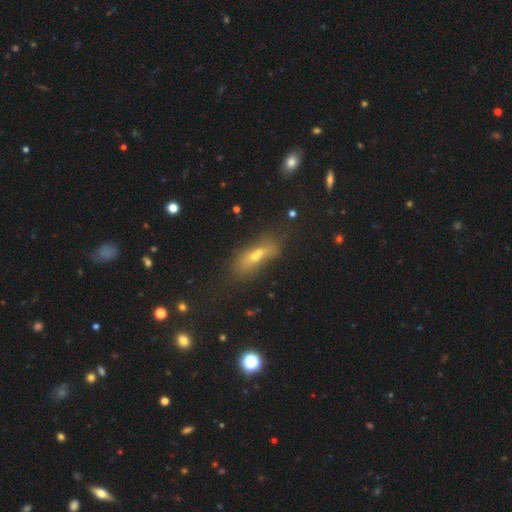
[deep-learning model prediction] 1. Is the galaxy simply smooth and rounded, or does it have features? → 53% smooth, 26% featured or disk, 21% star or artifact.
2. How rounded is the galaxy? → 58% in between, 30% cigar-shaped, 12% round.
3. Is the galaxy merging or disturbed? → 35% merger, 34% none, 16% minor disturbance, 15% major disturbance.